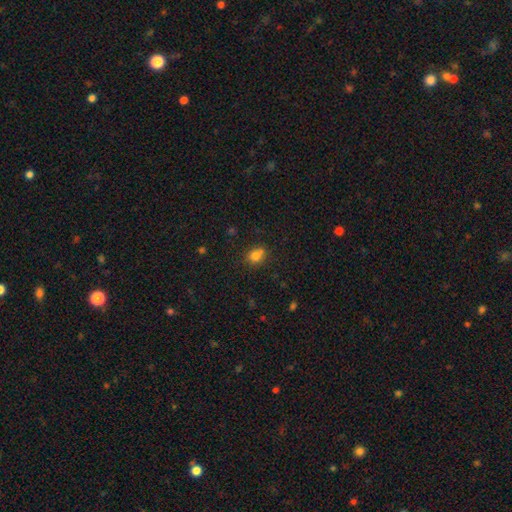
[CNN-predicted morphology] This is likely a smooth galaxy (78%). How rounded: possibly round (58%). Merging: possibly none (57%).